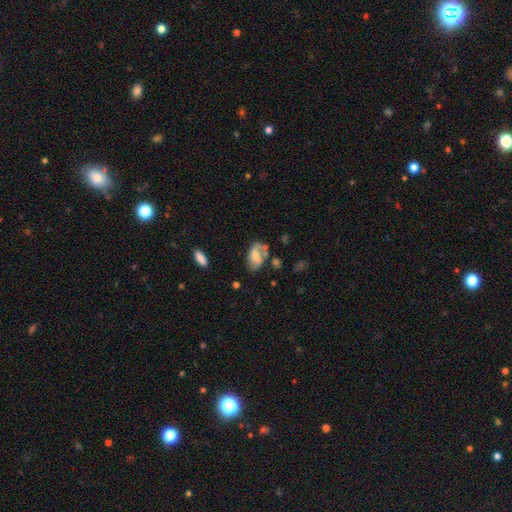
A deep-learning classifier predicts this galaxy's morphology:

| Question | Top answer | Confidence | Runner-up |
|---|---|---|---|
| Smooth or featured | featured or disk | 46% | smooth (45%) |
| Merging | none | 43% | minor disturbance (26%) |